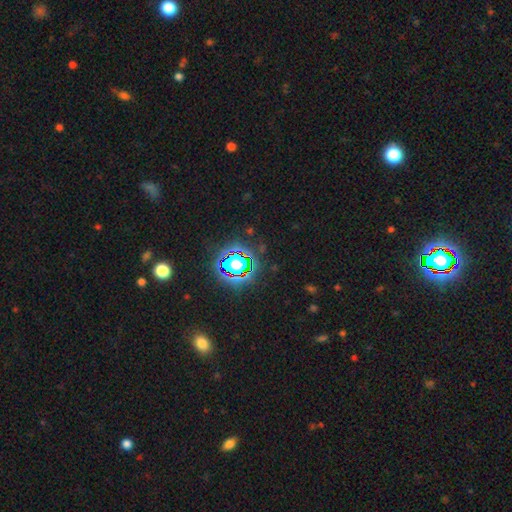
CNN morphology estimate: The model was most divided on "smooth or featured": star or artifact: 81%, smooth: 11%, featured or disk: 8%.